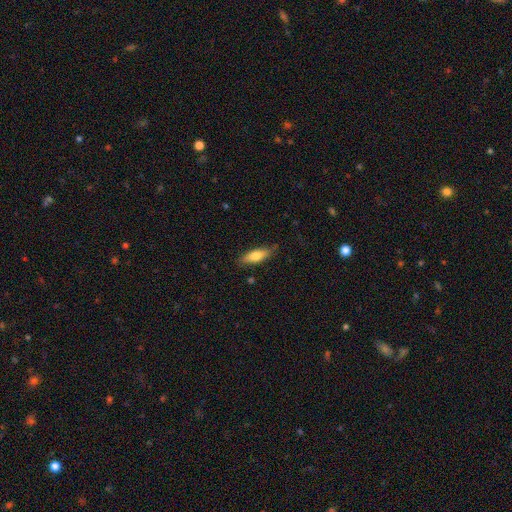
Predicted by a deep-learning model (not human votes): smooth_or_featured: smooth (p=0.73) [alt: featured or disk p=0.21]
how_rounded: in between (p=0.56) [alt: cigar-shaped p=0.42]
merging: none (p=0.80) [alt: minor disturbance p=0.15]